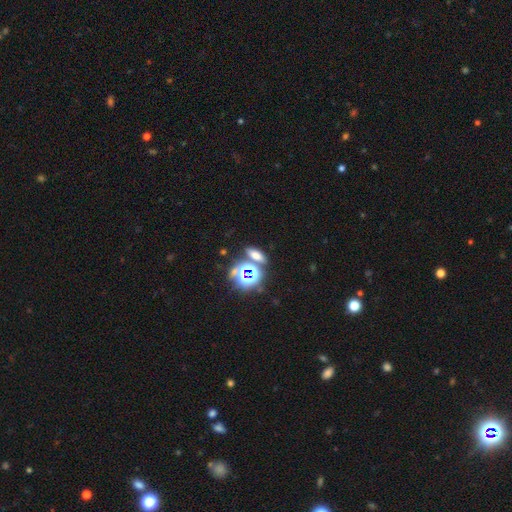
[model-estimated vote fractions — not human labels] Smooth or featured? Predicted: smooth (p=0.49). Merging? Predicted: none (p=0.73).